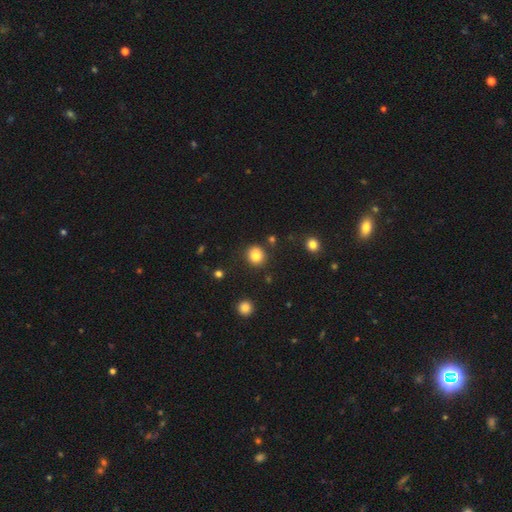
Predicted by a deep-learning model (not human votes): Overall: smooth (83%). How rounded: round (87%). Merging: none (86%).